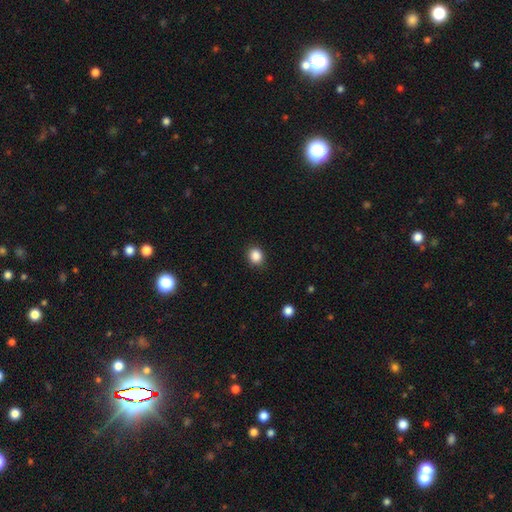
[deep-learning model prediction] This appears to be a smooth galaxy with no disk features (88%) that is round (70%). Merging: none (89%).